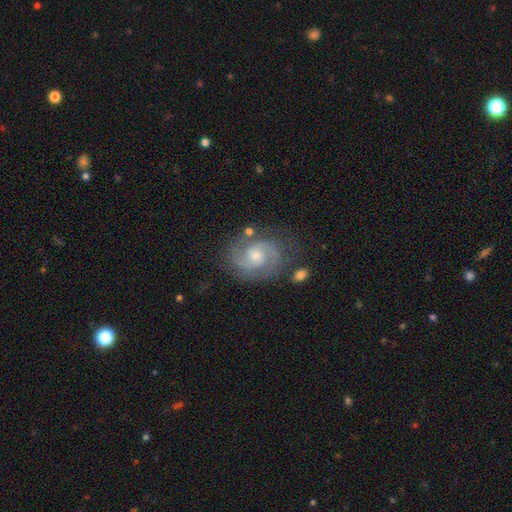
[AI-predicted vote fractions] Smooth or featured? featured or disk (87%)
Edge-on disk? no (98%)
Bar? no (56%)
Spiral arms? yes (97%)
Spiral winding? medium (53%)
Spiral arm count? 2 (90%)
Bulge size? moderate (54%)
Merging? none (77%)